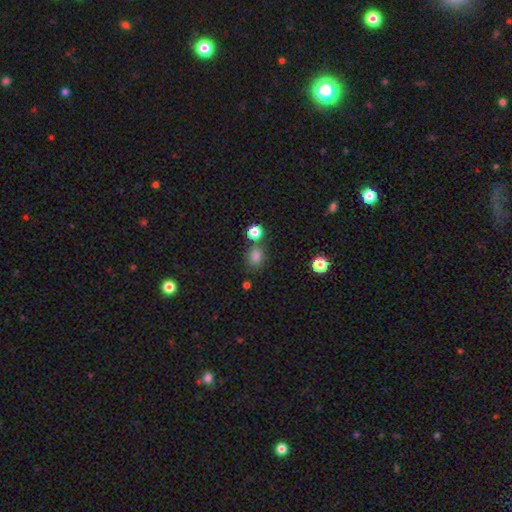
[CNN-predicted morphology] smooth 80%, star or artifact 15%, featured or disk 5%. Down the decision tree: how rounded — round (65%); merging — none (69%).